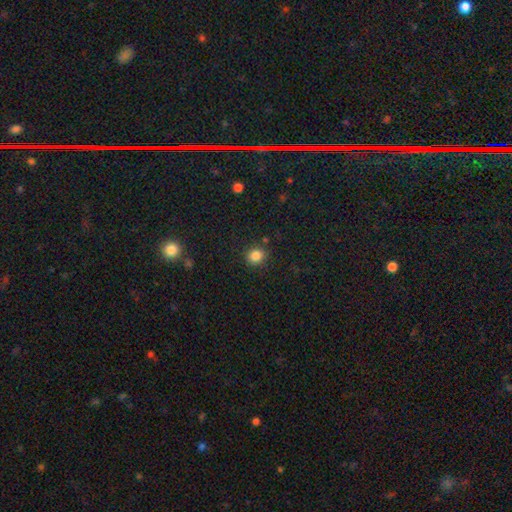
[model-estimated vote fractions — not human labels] Smooth or featured?
  - smooth: 84% *
  - star or artifact: 11%
  - featured or disk: 4%
How rounded?
  - round: 77% *
  - in between: 22%
  - cigar-shaped: 1%
Merging?
  - none: 85% *
  - minor disturbance: 9%
  - major disturbance: 3%
  - merger: 3%